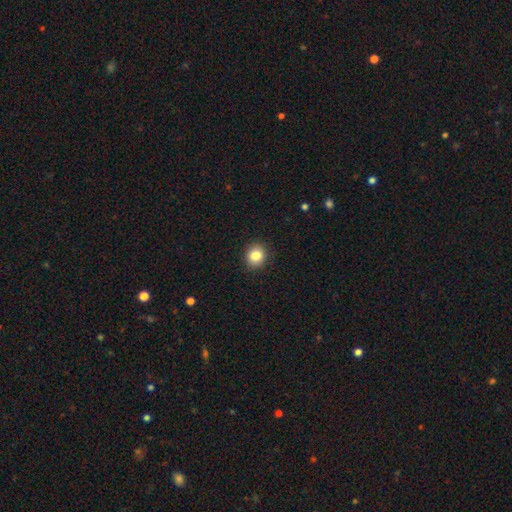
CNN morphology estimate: A smooth galaxy with no disk features (84%) that is round (77%).

Vote fractions:
- Smooth or featured? smooth: 84% / star or artifact: 10% / featured or disk: 6%
- How rounded? round: 77% / in between: 22% / cigar-shaped: 1%
- Merging? none: 91% / minor disturbance: 7% / major disturbance: 2% / merger: 1%